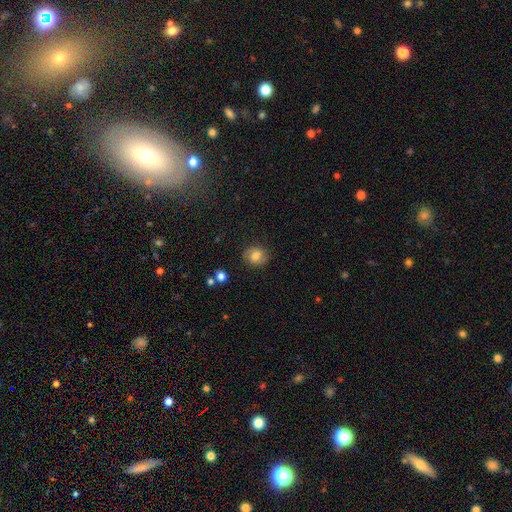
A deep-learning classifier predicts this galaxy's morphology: This is likely a smooth galaxy (69%). How rounded: likely round (69%). Merging: clearly none (82%).